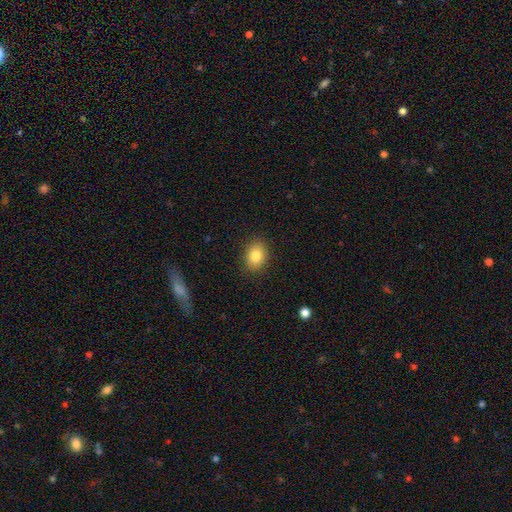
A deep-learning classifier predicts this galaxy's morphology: smooth 82%, star or artifact 9%, featured or disk 9%. Down the decision tree: how rounded — in between (72%); merging — none (87%).